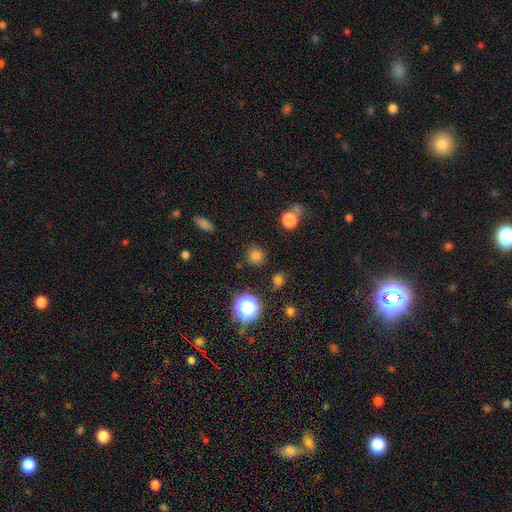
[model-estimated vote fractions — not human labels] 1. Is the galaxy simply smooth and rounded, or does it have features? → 76% smooth, 19% star or artifact, 5% featured or disk.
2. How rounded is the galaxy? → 90% round, 9% in between, 1% cigar-shaped.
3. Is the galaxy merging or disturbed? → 85% none, 9% minor disturbance, 3% major disturbance, 3% merger.